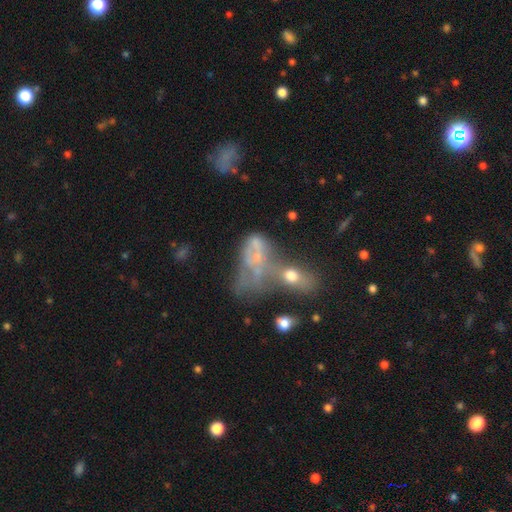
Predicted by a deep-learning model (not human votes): A featured or disk galaxy (43%). Merging: merger (44%).